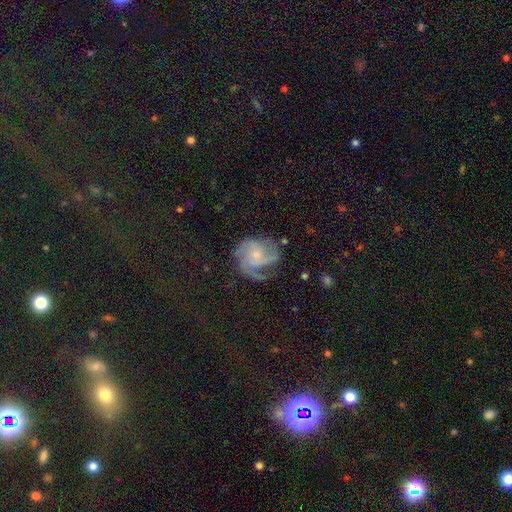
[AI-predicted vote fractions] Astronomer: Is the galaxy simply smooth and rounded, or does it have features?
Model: featured or disk — 72%.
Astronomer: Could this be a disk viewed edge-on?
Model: no — 98%.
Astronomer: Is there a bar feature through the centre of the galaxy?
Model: no — 69%.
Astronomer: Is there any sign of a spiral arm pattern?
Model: yes — 89%.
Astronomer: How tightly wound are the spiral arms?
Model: medium — 46% (runner-up: tight, 28%).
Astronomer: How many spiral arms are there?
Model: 3 — 34% (runner-up: can't tell, 23%).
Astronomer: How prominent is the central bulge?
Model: small — 62%.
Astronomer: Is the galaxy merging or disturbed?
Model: none — 45% (runner-up: major disturbance, 29%).